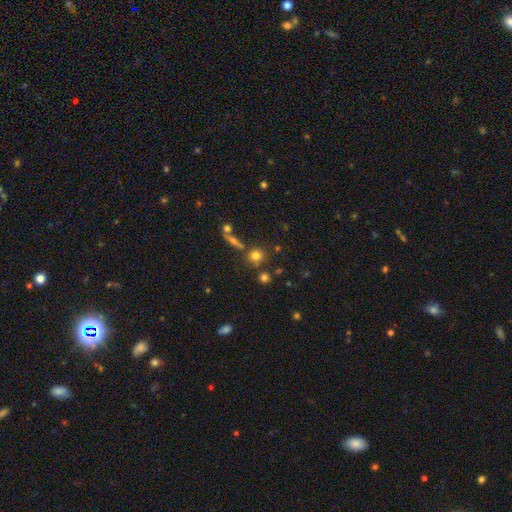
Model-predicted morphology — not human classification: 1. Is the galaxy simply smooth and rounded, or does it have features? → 74% smooth, 15% star or artifact, 11% featured or disk.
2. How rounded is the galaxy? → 89% round, 8% in between, 2% cigar-shaped.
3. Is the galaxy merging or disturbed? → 73% none, 14% merger, 9% minor disturbance, 4% major disturbance.